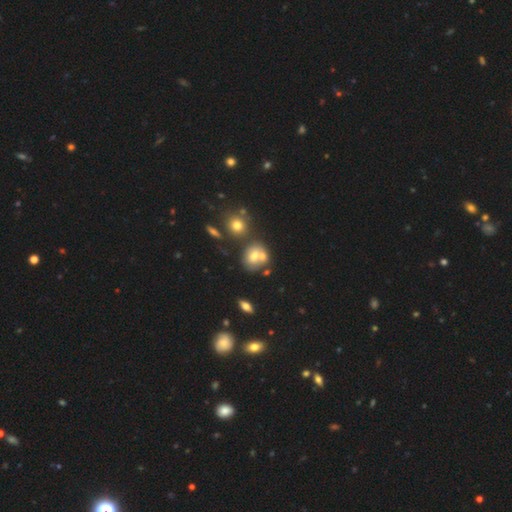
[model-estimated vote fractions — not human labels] A smooth galaxy with no disk features (60%) that is round (56%). Merging: merger (45%).